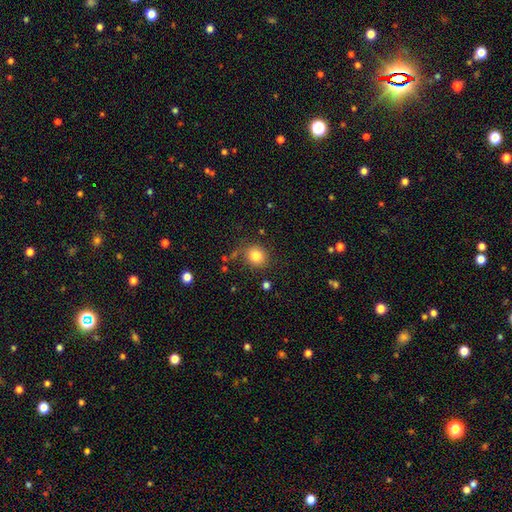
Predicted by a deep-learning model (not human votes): Smooth or featured?
  - smooth: 82% *
  - star or artifact: 11%
  - featured or disk: 7%
How rounded?
  - round: 77% *
  - in between: 22%
  - cigar-shaped: 1%
Merging?
  - none: 80% *
  - minor disturbance: 12%
  - major disturbance: 4%
  - merger: 4%